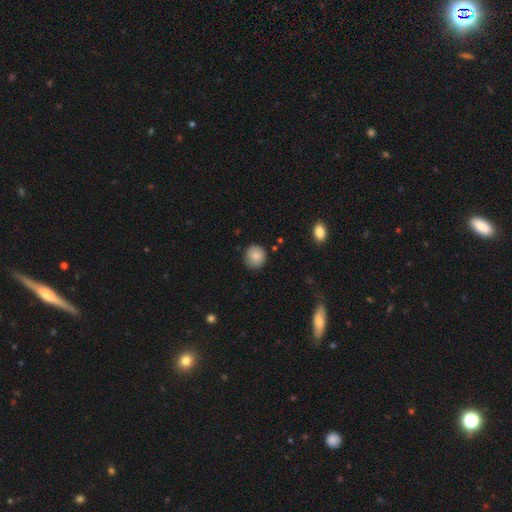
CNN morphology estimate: type=smooth (82%); roundness=round (90%); merging=none (85%).